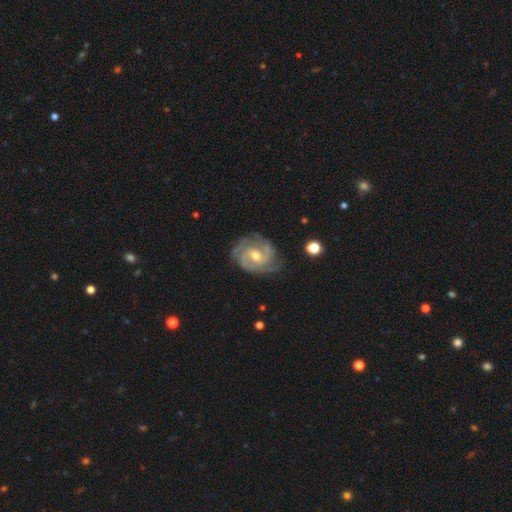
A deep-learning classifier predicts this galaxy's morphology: smooth_or_featured: featured or disk (p=0.90) [alt: smooth p=0.05]
disk_edge_on: no (p=0.98) [alt: yes p=0.02]
bar: weak (p=0.45) [alt: no p=0.43]
has_spiral_arms: yes (p=0.98) [alt: no p=0.02]
spiral_winding: tight (p=0.57) [alt: medium p=0.37]
spiral_arm_count: 3 (p=0.43) [alt: 2 p=0.24]
bulge_size: moderate (p=0.58) [alt: small p=0.38]
merging: none (p=0.77) [alt: minor disturbance p=0.16]